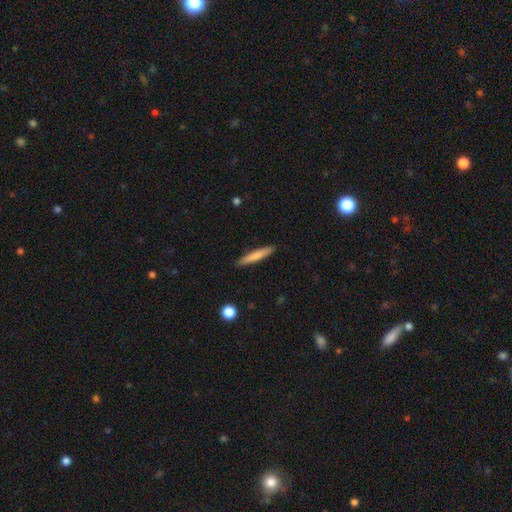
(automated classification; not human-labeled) Overall: smooth (75%). How rounded: cigar-shaped (94%). Merging: none (90%).